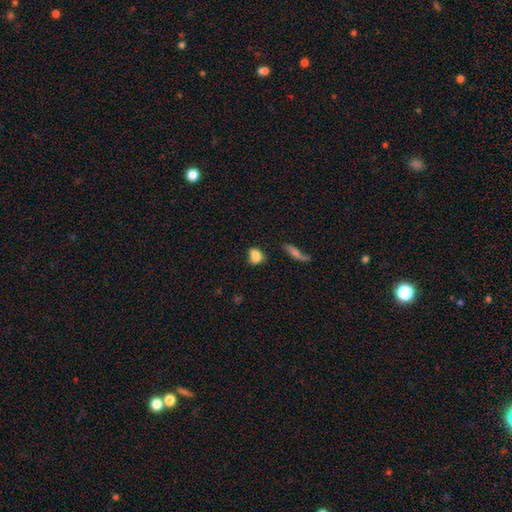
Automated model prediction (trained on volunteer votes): Smooth or featured? Predicted: smooth (p=0.82). How rounded? Predicted: in between (p=0.62). Merging? Predicted: none (p=0.53).